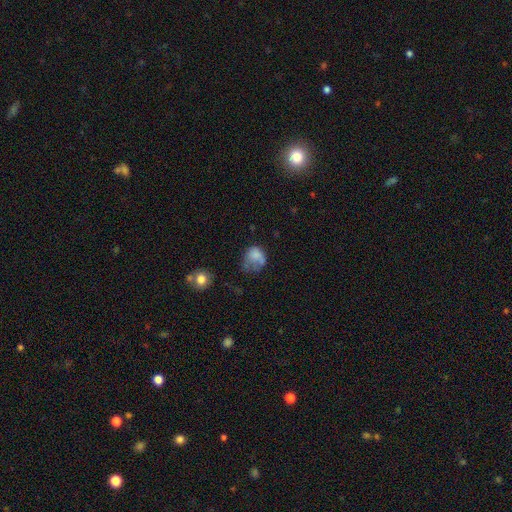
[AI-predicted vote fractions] The model was most divided on "merging": major disturbance: 38%, minor disturbance: 29%, none: 28%, merger: 5%. More confident: smooth or featured — smooth (72%); how rounded — round (54%).